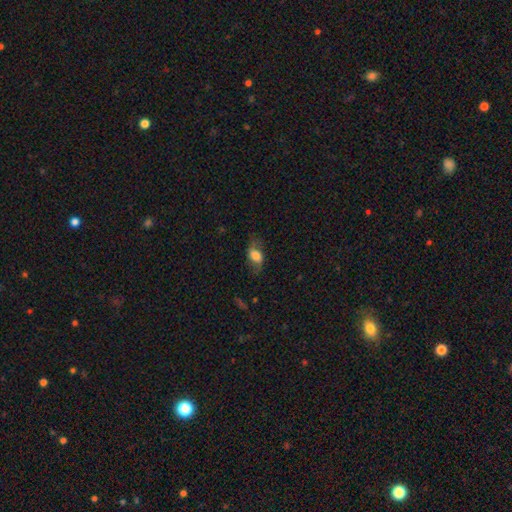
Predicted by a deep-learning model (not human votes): Smooth or featured?
  - smooth: 60% *
  - featured or disk: 32%
  - star or artifact: 9%
How rounded?
  - in between: 81% *
  - round: 14%
  - cigar-shaped: 5%
Merging?
  - none: 64% *
  - minor disturbance: 22%
  - major disturbance: 12%
  - merger: 1%